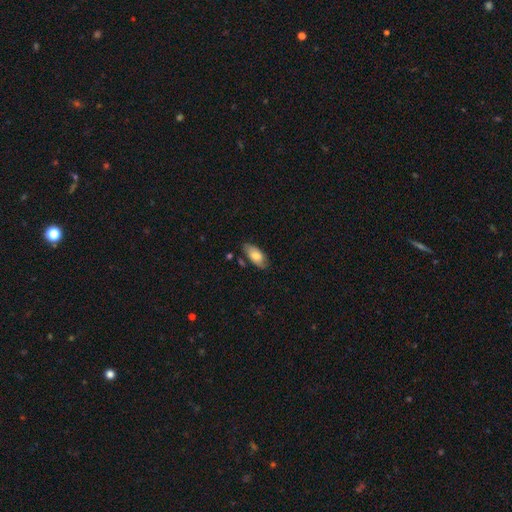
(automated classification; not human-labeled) smooth_or_featured: smooth (p=0.73) [alt: featured or disk p=0.21]
how_rounded: in between (p=0.90) [alt: cigar-shaped p=0.08]
merging: none (p=0.75) [alt: minor disturbance p=0.18]